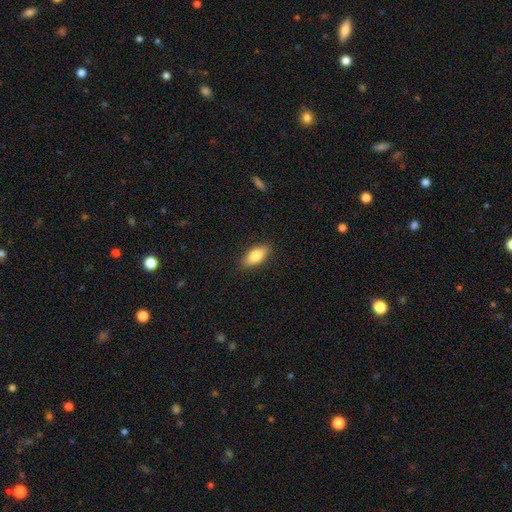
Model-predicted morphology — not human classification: Smooth or featured?
  - smooth: 80% *
  - featured or disk: 14%
  - star or artifact: 7%
How rounded?
  - in between: 82% *
  - cigar-shaped: 15%
  - round: 3%
Merging?
  - none: 86% *
  - minor disturbance: 11%
  - major disturbance: 2%
  - merger: 1%